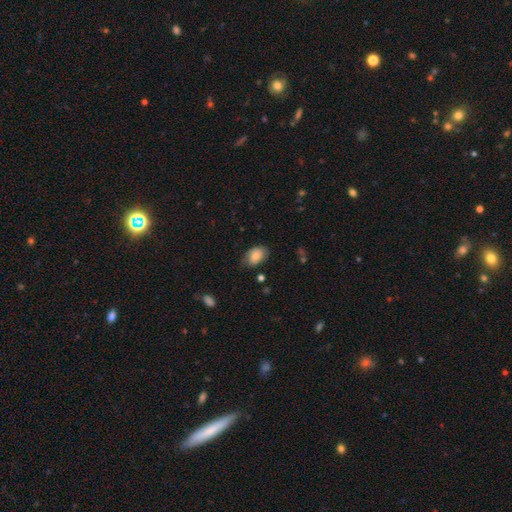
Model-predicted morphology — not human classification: Overall: smooth (78%). How rounded: in between (87%). Merging: none (65%; minor disturbance 27%).